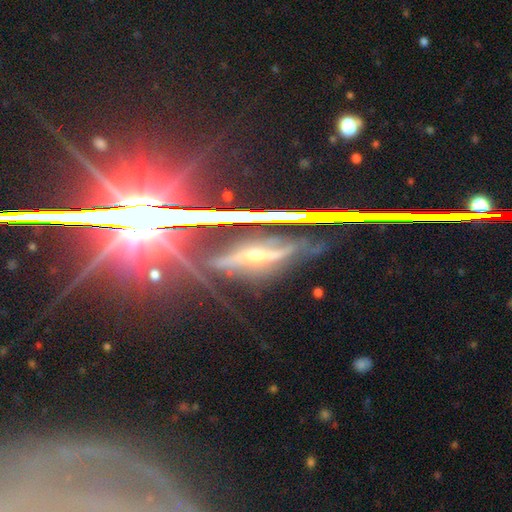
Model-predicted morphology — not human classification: This appears to be a featured or disk galaxy (71%) viewed edge-on (55%). Merging: none (68%).